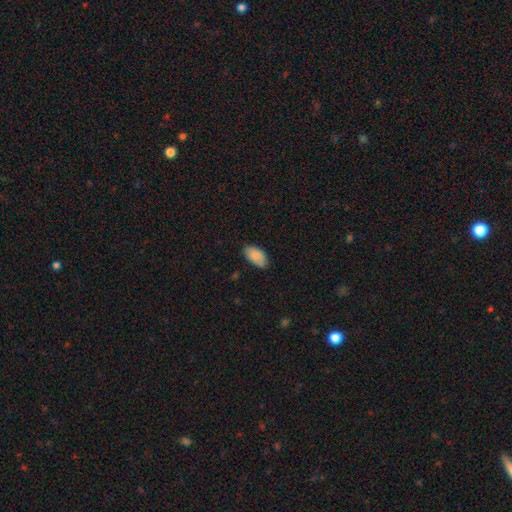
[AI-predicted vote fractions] This is clearly a smooth galaxy (85%). How rounded: clearly in between (95%). Merging: likely none (74%).